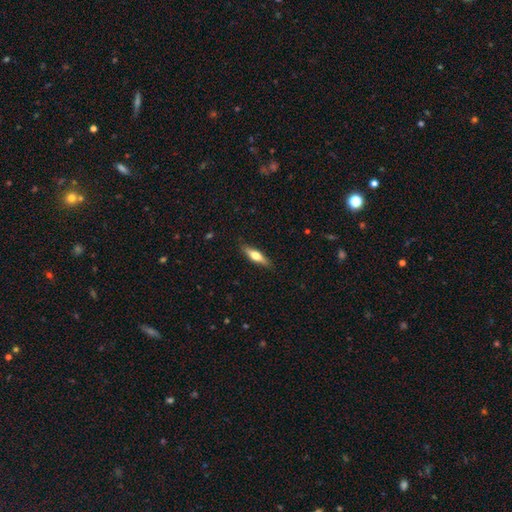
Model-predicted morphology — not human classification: A smooth galaxy with no disk features (50%) that is cigar-shaped (66%).

Vote fractions:
- Smooth or featured? smooth: 50% / featured or disk: 44% / star or artifact: 6%
- How rounded? cigar-shaped: 66% / in between: 32% / round: 2%
- Merging? none: 88% / minor disturbance: 9% / major disturbance: 2% / merger: 1%